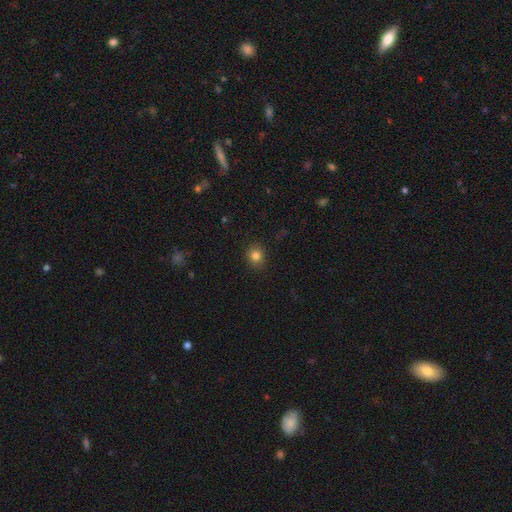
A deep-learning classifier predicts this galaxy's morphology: A smooth galaxy with no disk features (81%) that is round (74%). Merging: none (90%).